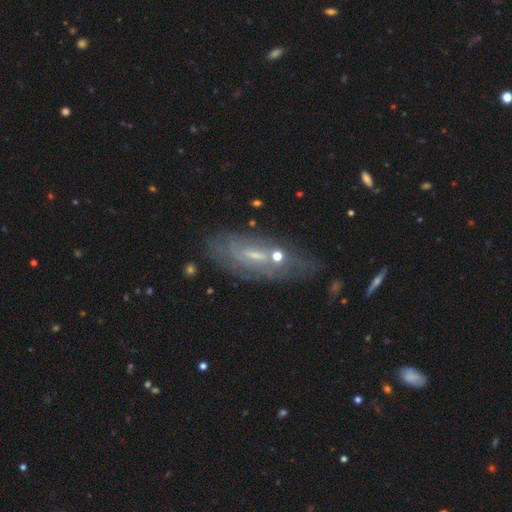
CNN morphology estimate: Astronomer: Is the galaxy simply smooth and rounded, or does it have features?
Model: featured or disk — 62%.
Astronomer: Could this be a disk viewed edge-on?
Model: no — 75%.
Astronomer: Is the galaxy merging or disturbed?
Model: none — 65%.